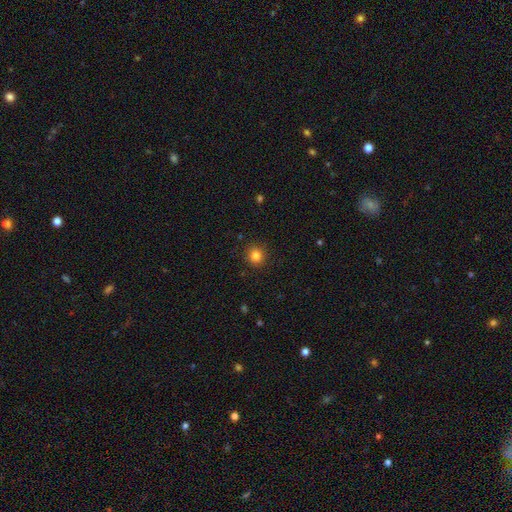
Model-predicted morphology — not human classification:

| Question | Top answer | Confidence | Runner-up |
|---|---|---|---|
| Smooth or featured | smooth | 83% | star or artifact (12%) |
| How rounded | round | 91% | in between (8%) |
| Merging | none | 89% | minor disturbance (7%) |